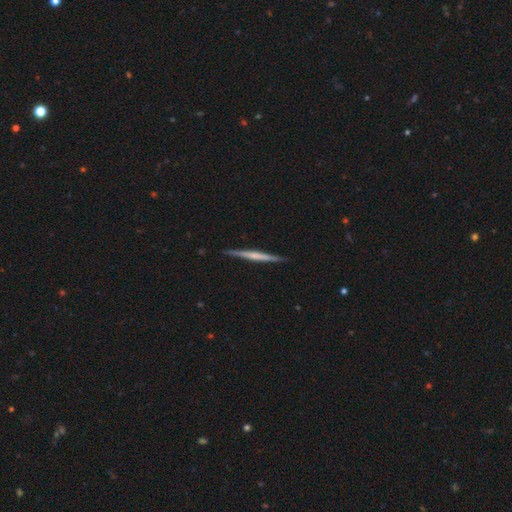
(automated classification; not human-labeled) Overall: featured or disk (62%; smooth 33%). Edge-on disk: yes (98%). Edge-on bulge: none (61%; rounded 23%). Merging: none (91%).